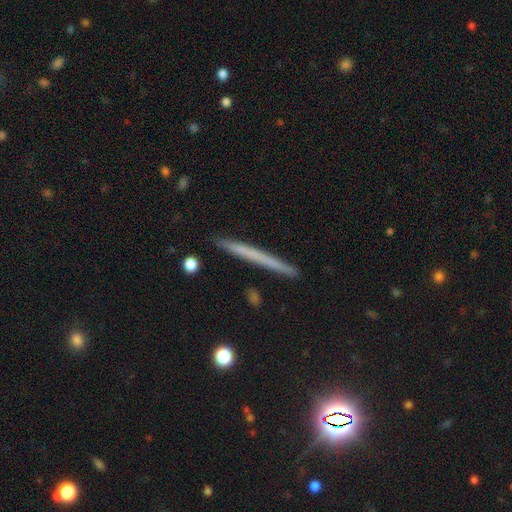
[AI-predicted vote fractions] Overall: smooth (48%; featured or disk 42%). Merging: none (90%).